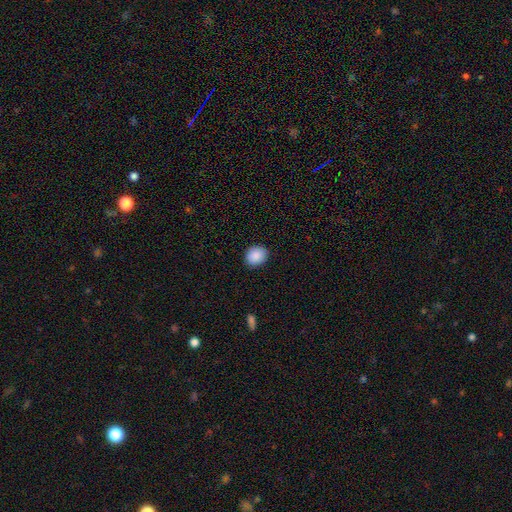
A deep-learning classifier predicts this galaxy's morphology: smooth-or-featured: smooth: 90% | star or artifact: 7% | featured or disk: 3%
  how-rounded: round: 53% | in between: 46% | cigar-shaped: 1%
  merging: none: 89% | minor disturbance: 8% | major disturbance: 2% | merger: 1%